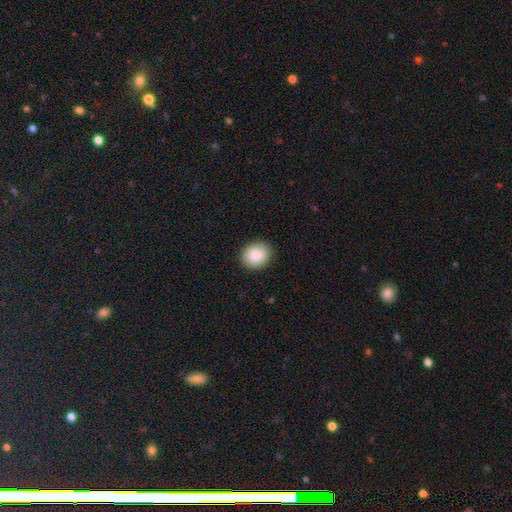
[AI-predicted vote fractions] The model was most divided on "how rounded": round: 70%, in between: 29%, cigar-shaped: 1%. More confident: merging — none (90%); smooth or featured — smooth (89%).